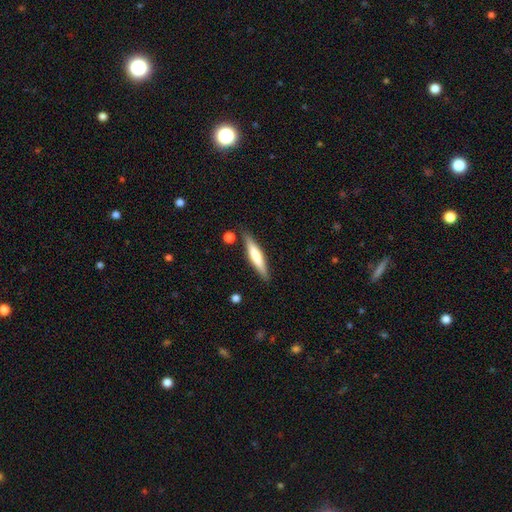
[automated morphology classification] smooth 58%, featured or disk 37%, star or artifact 5%. Down the decision tree: how rounded — cigar-shaped (87%); merging — none (84%).